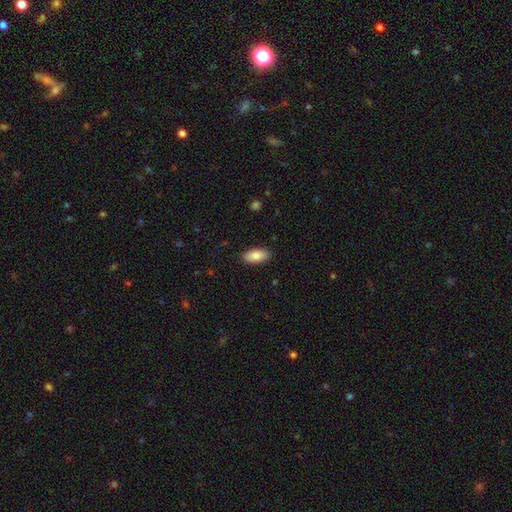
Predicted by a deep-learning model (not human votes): smooth-or-featured: smooth: 80% | featured or disk: 13% | star or artifact: 6%
  how-rounded: in between: 91% | cigar-shaped: 6% | round: 2%
  merging: none: 89% | minor disturbance: 8% | major disturbance: 2% | merger: 1%